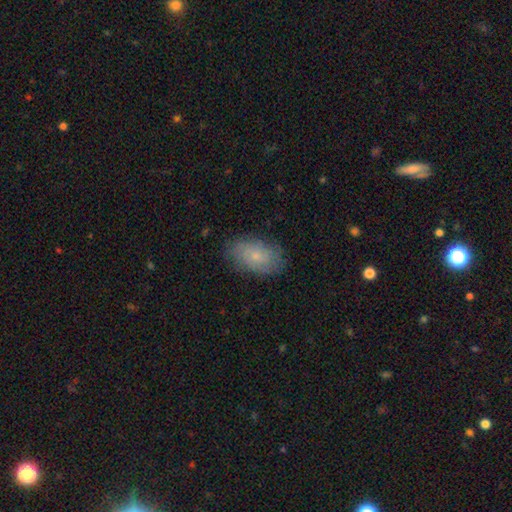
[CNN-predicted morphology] smooth 50%, featured or disk 42%, star or artifact 8%. Down the decision tree: merging — none (78%).